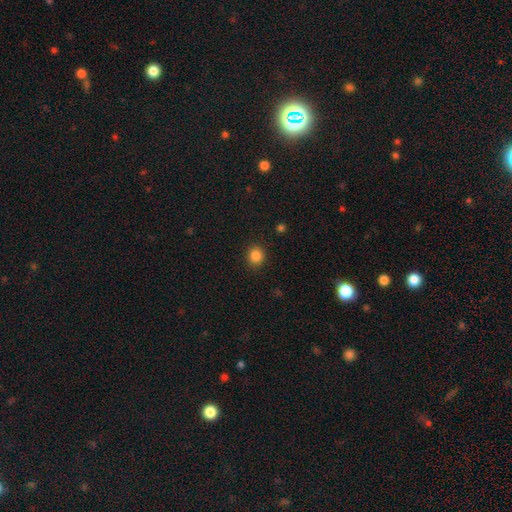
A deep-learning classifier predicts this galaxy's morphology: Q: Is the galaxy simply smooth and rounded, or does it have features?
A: smooth — 85%.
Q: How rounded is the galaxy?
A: round — 83%.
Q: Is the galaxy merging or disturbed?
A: none — 90%.